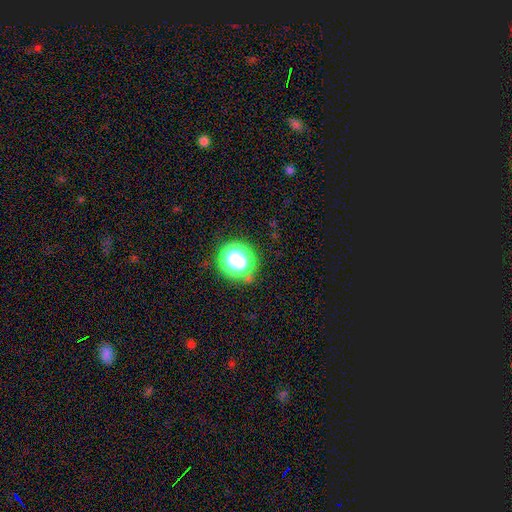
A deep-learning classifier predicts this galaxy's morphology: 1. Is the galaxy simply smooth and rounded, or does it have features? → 67% star or artifact, 27% smooth, 6% featured or disk.